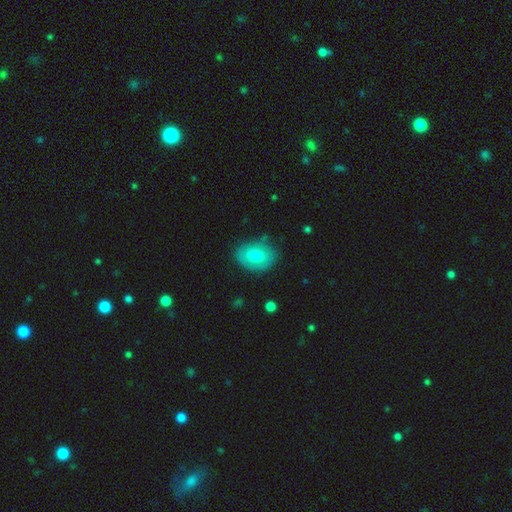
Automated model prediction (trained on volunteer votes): Overall: smooth (68%). How rounded: in between (72%). Merging: none (76%).